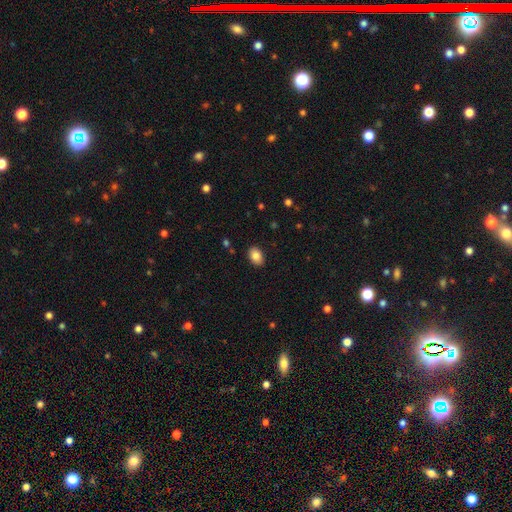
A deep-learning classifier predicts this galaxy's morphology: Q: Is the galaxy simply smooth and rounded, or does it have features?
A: smooth — 84%.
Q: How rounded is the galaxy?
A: in between — 85%.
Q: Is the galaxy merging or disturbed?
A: none — 89%.